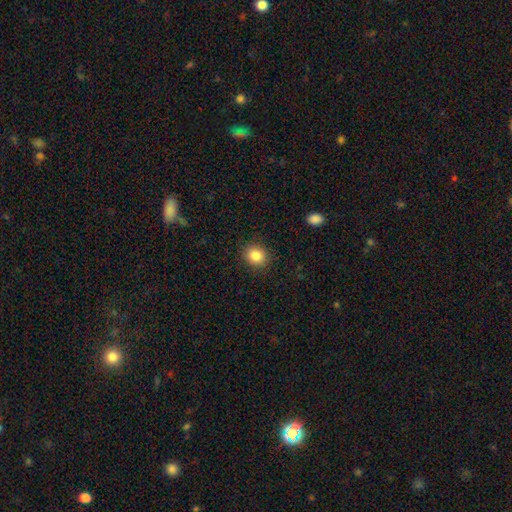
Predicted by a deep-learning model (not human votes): smooth_or_featured: smooth (p=0.86) [alt: star or artifact p=0.10]
how_rounded: round (p=0.76) [alt: in between p=0.23]
merging: none (p=0.88) [alt: minor disturbance p=0.08]